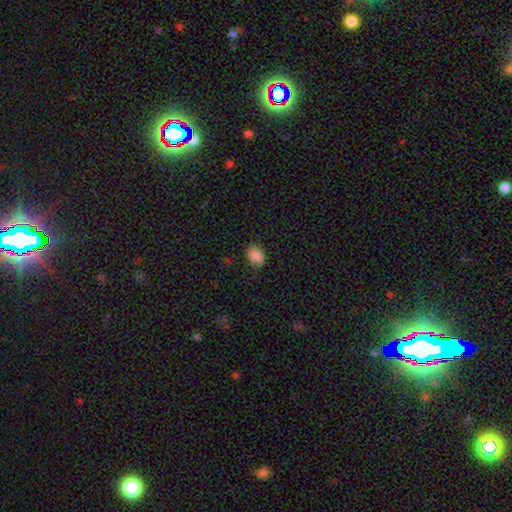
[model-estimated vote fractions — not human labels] Smooth or featured?
  - smooth: 86% *
  - star or artifact: 8%
  - featured or disk: 5%
How rounded?
  - in between: 71% *
  - round: 28%
  - cigar-shaped: 1%
Merging?
  - none: 81% *
  - minor disturbance: 15%
  - major disturbance: 3%
  - merger: 1%